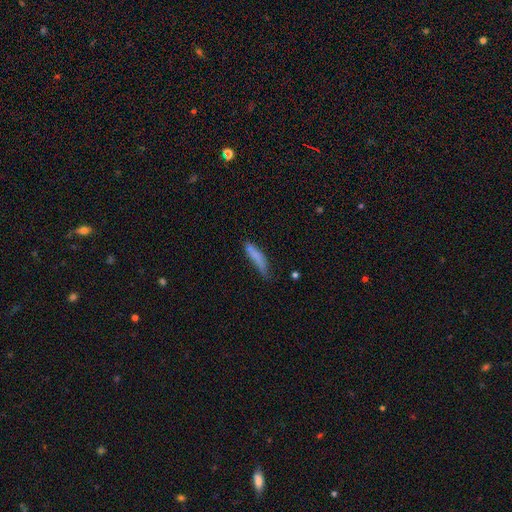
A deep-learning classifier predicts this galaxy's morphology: smooth_or_featured: smooth (p=0.75) [alt: featured or disk p=0.17]
how_rounded: cigar-shaped (p=0.78) [alt: in between p=0.20]
merging: none (p=0.49) [alt: minor disturbance p=0.32]